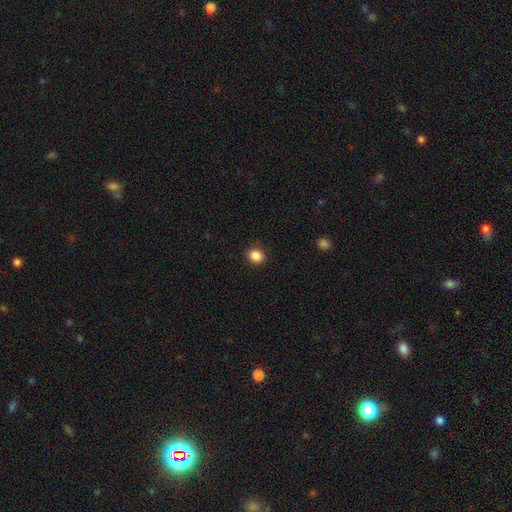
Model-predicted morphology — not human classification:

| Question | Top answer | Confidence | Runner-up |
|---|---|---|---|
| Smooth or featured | smooth | 87% | star or artifact (10%) |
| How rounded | round | 71% | in between (29%) |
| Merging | none | 88% | minor disturbance (8%) |